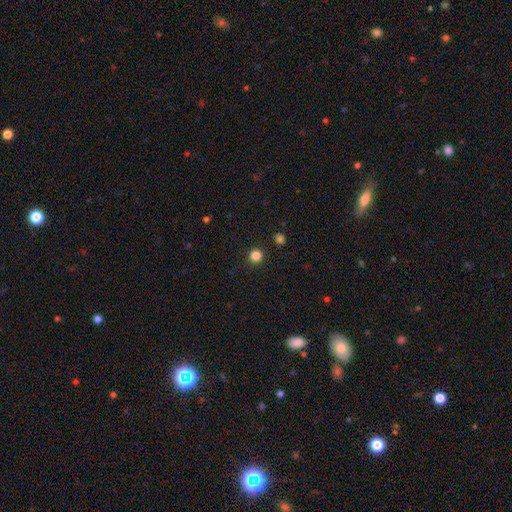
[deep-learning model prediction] smooth-or-featured: smooth: 84% | star or artifact: 13% | featured or disk: 3%
  how-rounded: round: 95% | in between: 4% | cigar-shaped: 1%
  merging: none: 92% | minor disturbance: 4% | major disturbance: 2% | merger: 2%